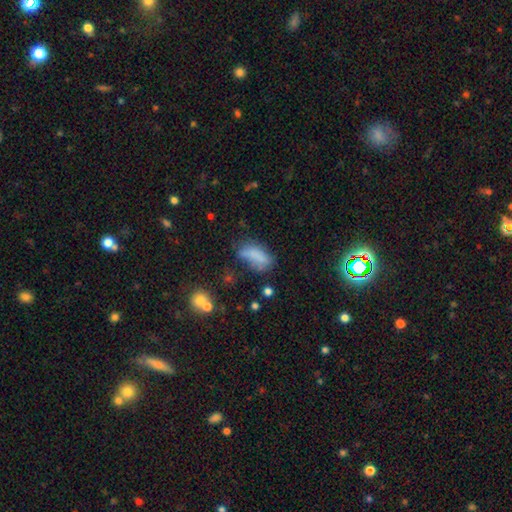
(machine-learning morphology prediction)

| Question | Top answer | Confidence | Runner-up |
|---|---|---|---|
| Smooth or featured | smooth | 71% | featured or disk (17%) |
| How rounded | in between | 78% | cigar-shaped (18%) |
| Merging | none | 40% | minor disturbance (29%) |